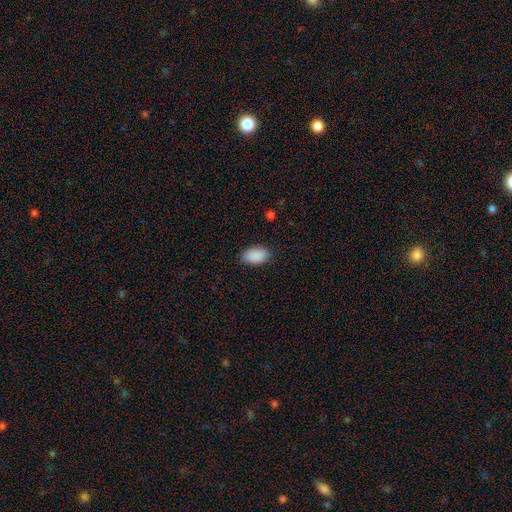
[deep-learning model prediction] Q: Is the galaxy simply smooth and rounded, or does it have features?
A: smooth — 91%.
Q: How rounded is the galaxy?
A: in between — 93%.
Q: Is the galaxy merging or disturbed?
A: none — 85%.